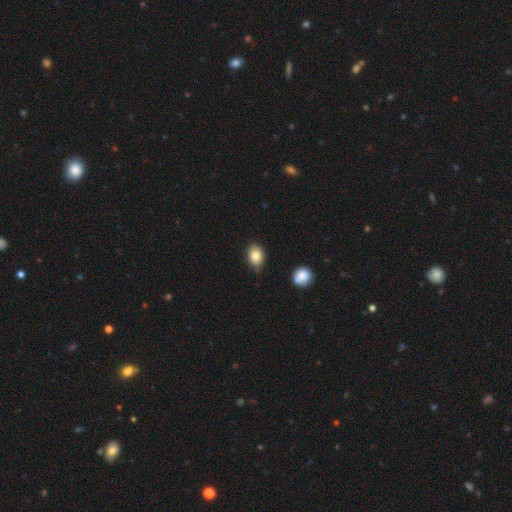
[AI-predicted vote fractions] smooth-or-featured: smooth: 83% | star or artifact: 8% | featured or disk: 8%
  how-rounded: in between: 76% | round: 23% | cigar-shaped: 1%
  merging: none: 78% | minor disturbance: 17% | major disturbance: 3% | merger: 2%